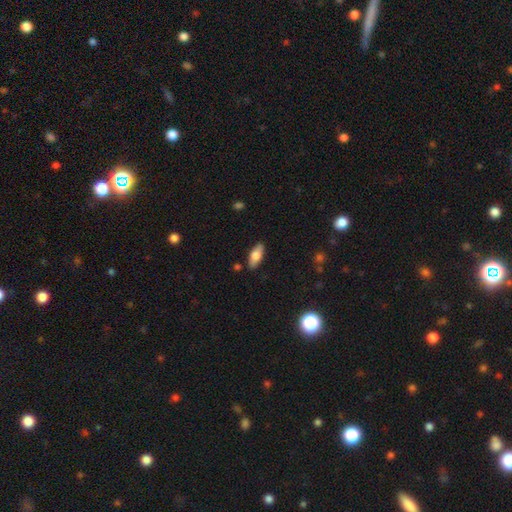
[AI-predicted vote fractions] Smooth or featured? Predicted: smooth (p=0.71). How rounded? Predicted: in between (p=0.79). Merging? Predicted: none (p=0.87).